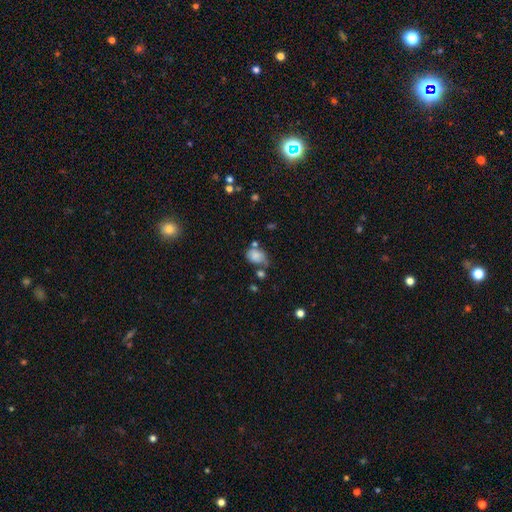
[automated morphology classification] Smooth or featured? smooth (77%)
How rounded? in between (68%)
Merging? none (35%)